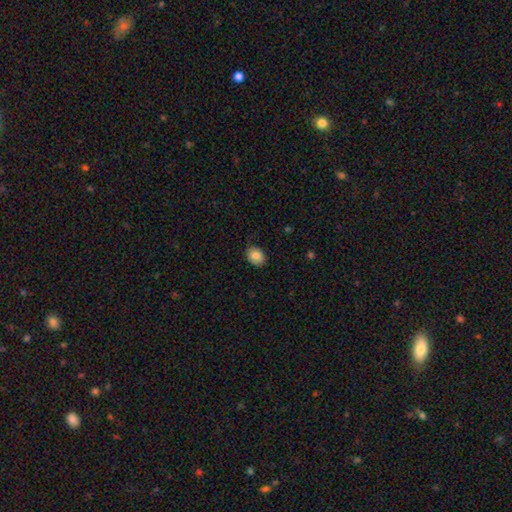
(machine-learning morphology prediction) Smooth or featured? Predicted: smooth (p=0.84). How rounded? Predicted: in between (p=0.56). Merging? Predicted: none (p=0.85).